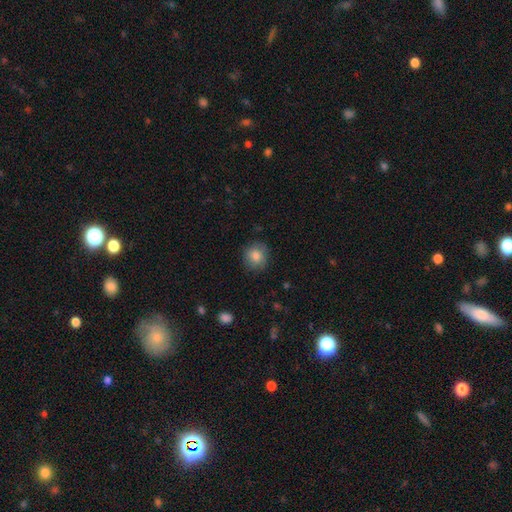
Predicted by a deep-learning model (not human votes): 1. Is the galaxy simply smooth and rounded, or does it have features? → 83% smooth, 9% star or artifact, 9% featured or disk.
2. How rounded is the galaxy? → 87% round, 12% in between, 1% cigar-shaped.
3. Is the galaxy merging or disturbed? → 82% none, 13% minor disturbance, 3% major disturbance, 1% merger.